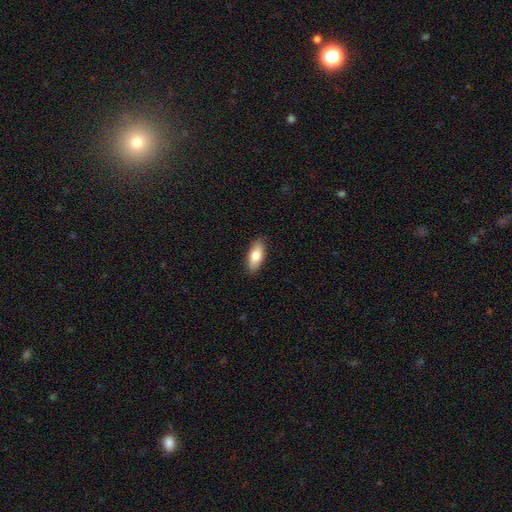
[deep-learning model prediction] smooth 79%, featured or disk 14%, star or artifact 6%. Down the decision tree: how rounded — in between (81%); merging — none (87%).